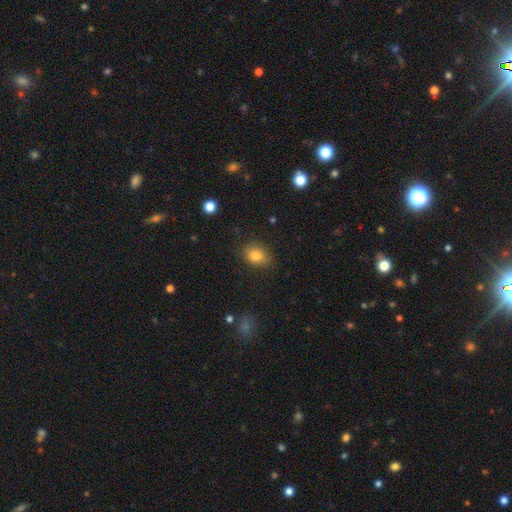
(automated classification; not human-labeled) Overall: smooth (81%). How rounded: in between (64%; round 35%). Merging: none (79%).